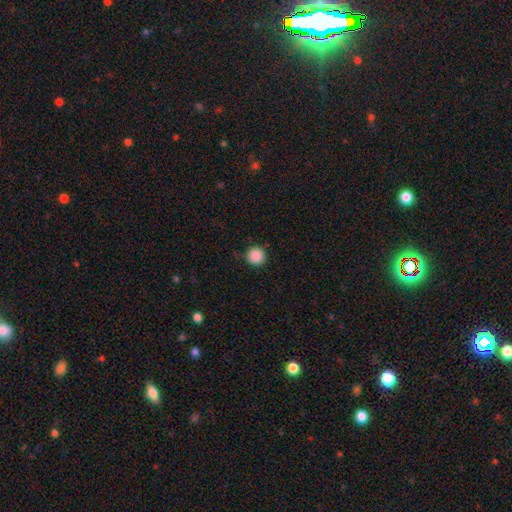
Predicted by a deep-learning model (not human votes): smooth_or_featured: smooth (p=0.88) [alt: star or artifact p=0.10]
how_rounded: round (p=0.95) [alt: in between p=0.04]
merging: none (p=0.89) [alt: minor disturbance p=0.07]